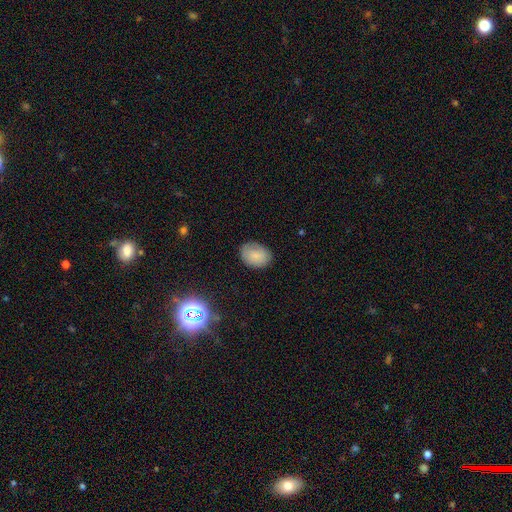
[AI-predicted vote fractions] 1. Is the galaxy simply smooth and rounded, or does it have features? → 83% smooth, 9% featured or disk, 9% star or artifact.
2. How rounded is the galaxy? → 73% in between, 26% round, 1% cigar-shaped.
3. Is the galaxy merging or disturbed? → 80% none, 15% minor disturbance, 4% major disturbance, 1% merger.